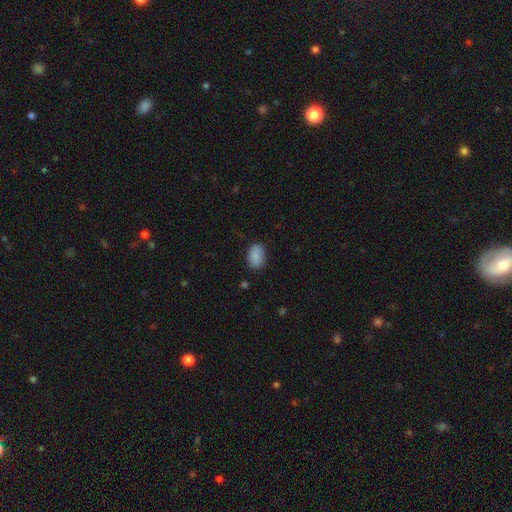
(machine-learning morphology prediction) A smooth galaxy with no disk features (88%) that is in between round and cigar-shaped (85%).

Vote fractions:
- Smooth or featured? smooth: 88% / star or artifact: 7% / featured or disk: 5%
- How rounded? in between: 85% / round: 14% / cigar-shaped: 1%
- Merging? none: 82% / minor disturbance: 14% / major disturbance: 3% / merger: 1%